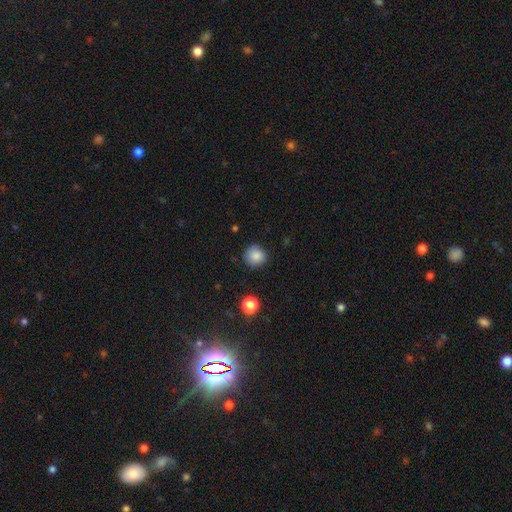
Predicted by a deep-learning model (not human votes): Smooth or featured? Predicted: smooth (p=0.86). How rounded? Predicted: round (p=0.91). Merging? Predicted: none (p=0.86).